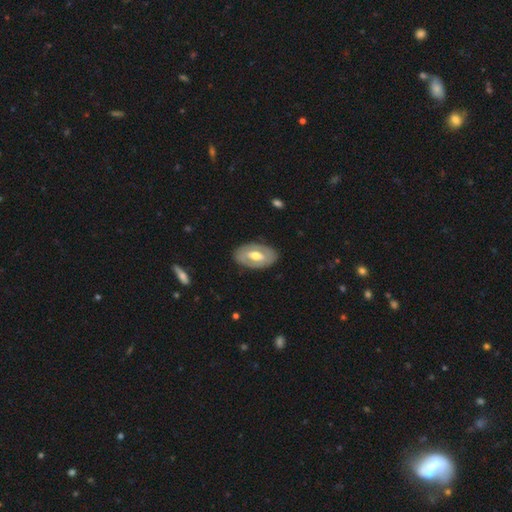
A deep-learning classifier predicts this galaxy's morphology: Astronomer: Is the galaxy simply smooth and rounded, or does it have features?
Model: featured or disk — 59% (runner-up: smooth, 36%).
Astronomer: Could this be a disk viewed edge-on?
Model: no — 90%.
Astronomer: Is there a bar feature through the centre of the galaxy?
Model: no — 43% (runner-up: weak, 35%).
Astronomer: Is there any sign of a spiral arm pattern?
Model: no — 74%.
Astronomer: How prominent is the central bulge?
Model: moderate — 70%.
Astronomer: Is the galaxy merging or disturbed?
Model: none — 83%.